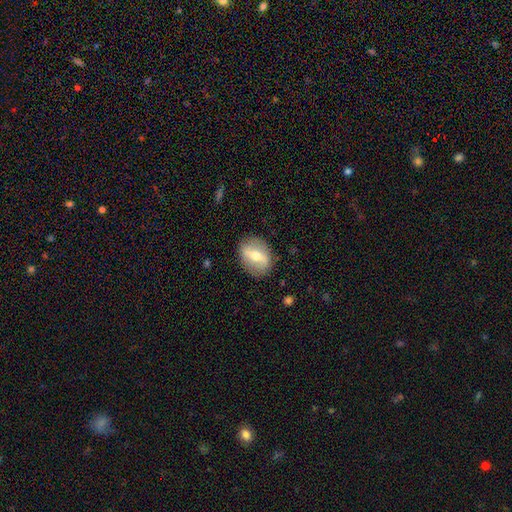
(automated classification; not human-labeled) smooth_or_featured: featured or disk (p=0.52) [alt: smooth p=0.41]
disk_edge_on: no (p=0.79) [alt: yes p=0.21]
merging: none (p=0.84) [alt: minor disturbance p=0.11]